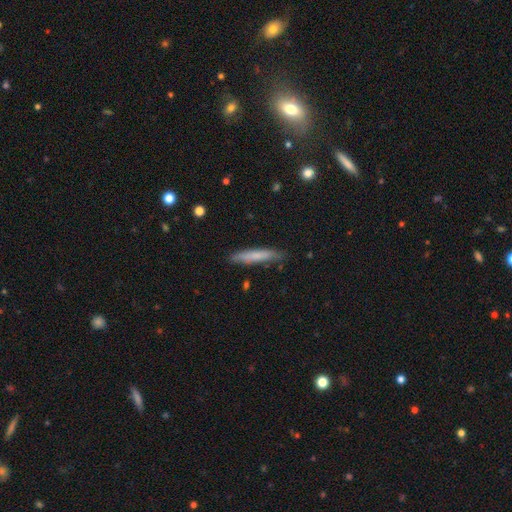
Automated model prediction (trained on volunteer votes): Morphology: type=smooth (69%); roundness=cigar-shaped (93%); merging=none (83%).